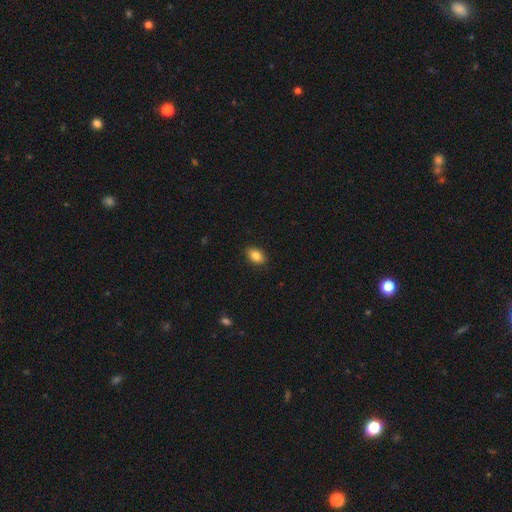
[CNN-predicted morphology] smooth-or-featured: smooth: 85% | star or artifact: 8% | featured or disk: 7%
  how-rounded: in between: 85% | round: 14% | cigar-shaped: 1%
  merging: none: 89% | minor disturbance: 8% | major disturbance: 2% | merger: 1%